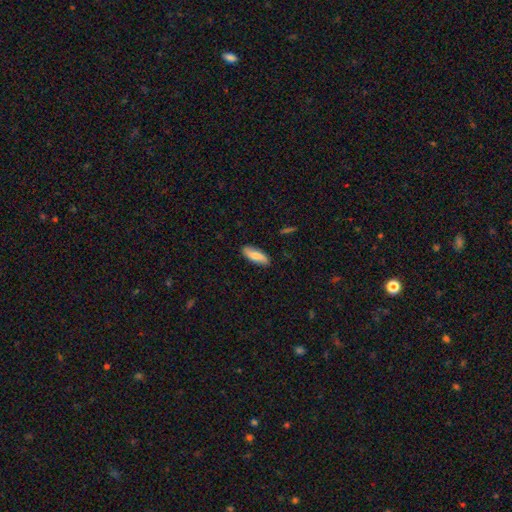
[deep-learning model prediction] smooth-or-featured: smooth: 72% | featured or disk: 22% | star or artifact: 6%
  how-rounded: in between: 72% | cigar-shaped: 26% | round: 2%
  merging: none: 85% | minor disturbance: 12% | major disturbance: 2% | merger: 1%